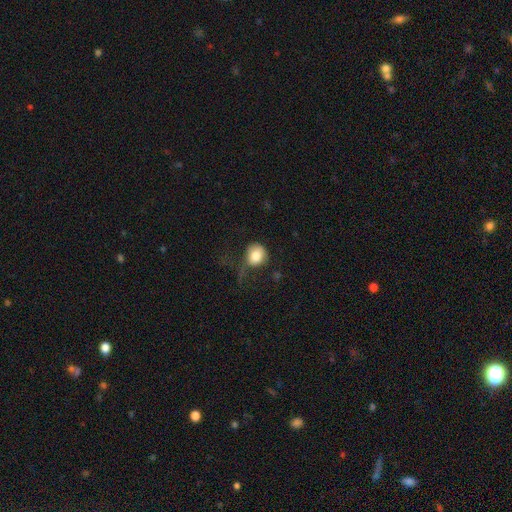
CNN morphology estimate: A smooth galaxy with no disk features (80%) that is round (74%). Merging: major disturbance (36%).